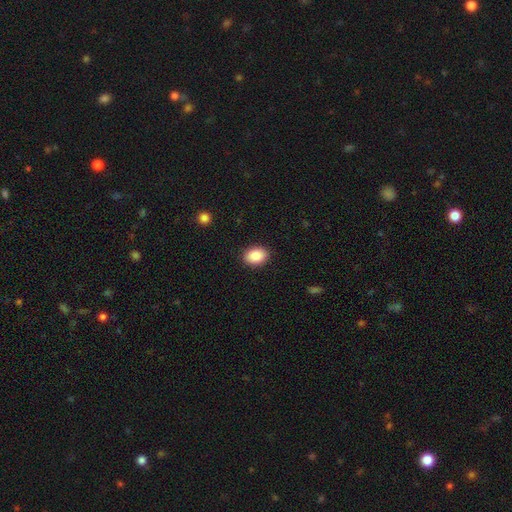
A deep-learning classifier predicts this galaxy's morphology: Smooth or featured?
  - smooth: 87% *
  - star or artifact: 7%
  - featured or disk: 5%
How rounded?
  - in between: 73% *
  - round: 26%
  - cigar-shaped: 1%
Merging?
  - none: 89% *
  - minor disturbance: 8%
  - major disturbance: 2%
  - merger: 1%